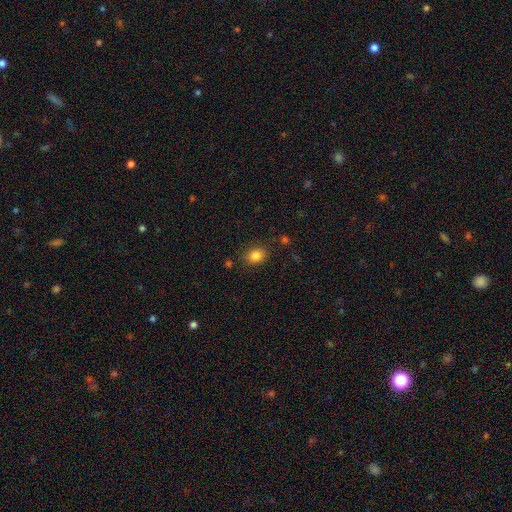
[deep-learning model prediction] Smooth or featured?
  - smooth: 83% *
  - star or artifact: 11%
  - featured or disk: 6%
How rounded?
  - in between: 51% *
  - round: 48%
  - cigar-shaped: 1%
Merging?
  - none: 81% *
  - minor disturbance: 13%
  - major disturbance: 3%
  - merger: 2%